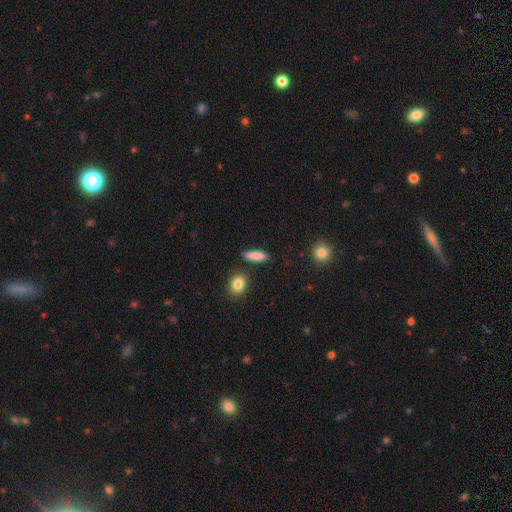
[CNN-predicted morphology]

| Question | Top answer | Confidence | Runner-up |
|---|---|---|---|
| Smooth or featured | smooth | 87% | star or artifact (7%) |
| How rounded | in between | 52% | cigar-shaped (45%) |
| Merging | none | 85% | minor disturbance (10%) |